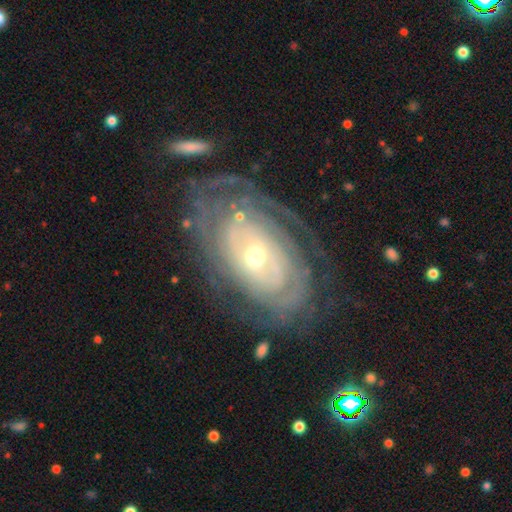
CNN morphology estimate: Smooth or featured?
  - featured or disk: 85% *
  - smooth: 9%
  - star or artifact: 6%
Edge-on disk?
  - no: 94% *
  - yes: 6%
Bar?
  - no: 56% *
  - weak: 30%
  - strong: 14%
Spiral arms?
  - yes: 90% *
  - no: 10%
Spiral winding?
  - tight: 75% *
  - medium: 19%
  - loose: 7%
Spiral arm count?
  - can't tell: 43% *
  - 2: 22%
  - 3: 12%
  - 4: 9%
  - more than 4: 7%
  - 1: 6%
Bulge size?
  - small: 49% *
  - moderate: 46%
  - large: 3%
  - dominant: 1%
  - none: 1%
Merging?
  - none: 69% *
  - minor disturbance: 18%
  - major disturbance: 11%
  - merger: 2%